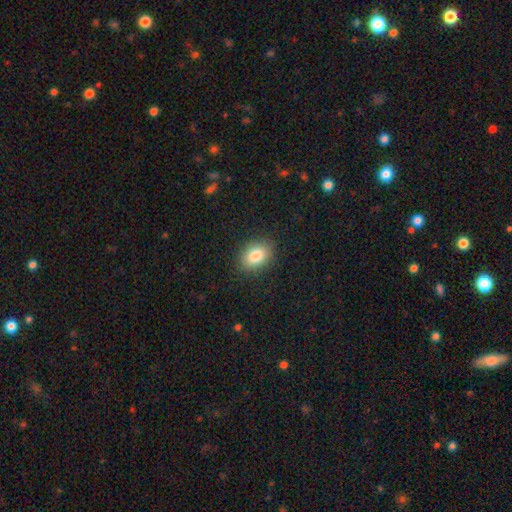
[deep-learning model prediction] Smooth or featured?
  - smooth: 83% *
  - star or artifact: 9%
  - featured or disk: 8%
How rounded?
  - in between: 74% *
  - round: 25%
  - cigar-shaped: 1%
Merging?
  - none: 87% *
  - minor disturbance: 10%
  - major disturbance: 3%
  - merger: 1%